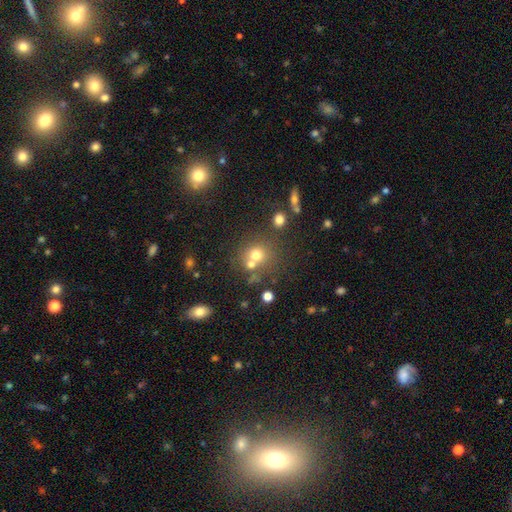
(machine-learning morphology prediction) Smooth or featured? smooth (63%)
How rounded? round (85%)
Merging? none (55%)